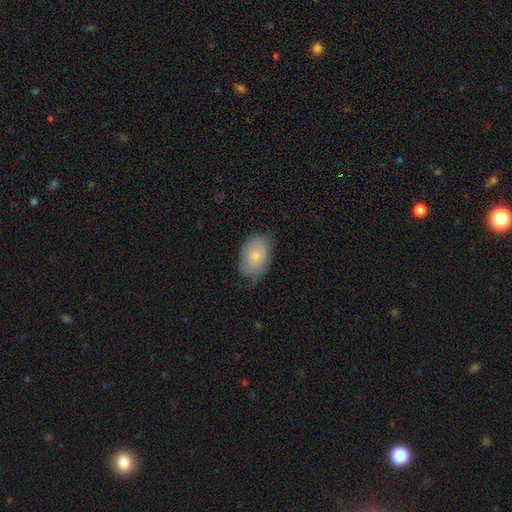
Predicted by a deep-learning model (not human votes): Q: Smooth or featured?
A: smooth (64%); runner-up: featured or disk (29%)
Q: How rounded?
A: in between (83%); runner-up: round (15%)
Q: Merging?
A: none (56%); runner-up: minor disturbance (33%)